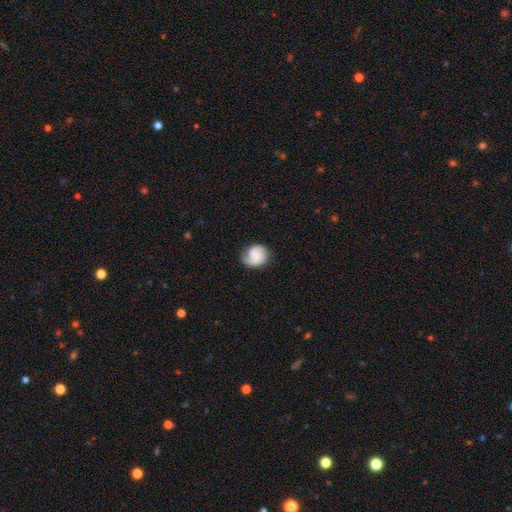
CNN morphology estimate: Q: Smooth or featured?
A: featured or disk (59%); runner-up: smooth (33%)
Q: Edge-on disk?
A: no (98%); runner-up: yes (2%)
Q: Bar?
A: no (50%); runner-up: weak (41%)
Q: Spiral arms?
A: yes (94%); runner-up: no (6%)
Q: Spiral winding?
A: medium (45%); runner-up: tight (30%)
Q: Spiral arm count?
A: 2 (79%); runner-up: 1 (9%)
Q: Bulge size?
A: small (42%); runner-up: none (30%)
Q: Merging?
A: none (76%); runner-up: minor disturbance (17%)